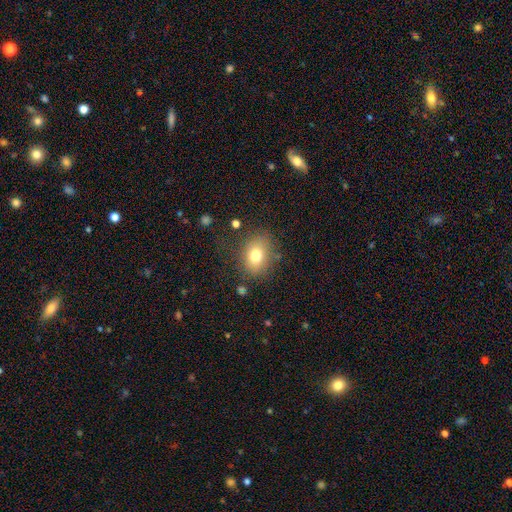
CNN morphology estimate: Overall: smooth (76%). How rounded: in between (60%; round 39%). Merging: none (78%).